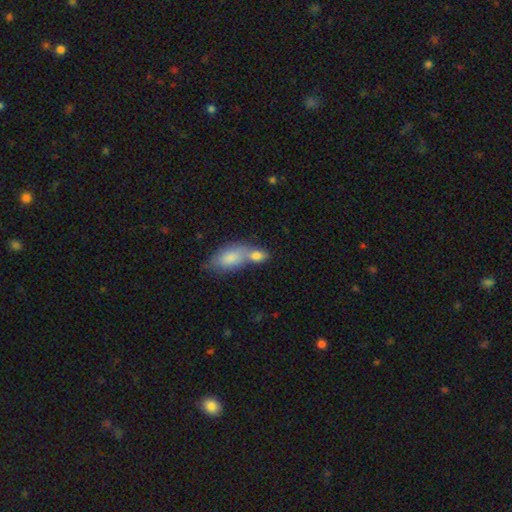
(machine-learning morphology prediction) Smooth or featured?
  - smooth: 79% *
  - featured or disk: 13%
  - star or artifact: 8%
How rounded?
  - in between: 81% *
  - round: 12%
  - cigar-shaped: 7%
Merging?
  - merger: 52% *
  - none: 34%
  - minor disturbance: 11%
  - major disturbance: 4%